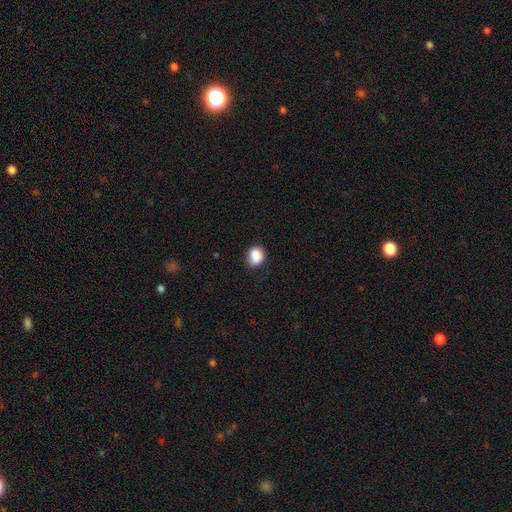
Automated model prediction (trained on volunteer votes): Smooth or featured?
  - smooth: 88% *
  - star or artifact: 8%
  - featured or disk: 3%
How rounded?
  - round: 58% *
  - in between: 41%
  - cigar-shaped: 1%
Merging?
  - none: 77% *
  - minor disturbance: 17%
  - major disturbance: 4%
  - merger: 2%